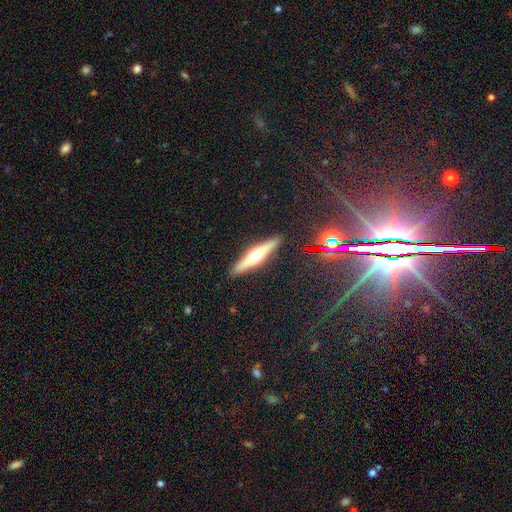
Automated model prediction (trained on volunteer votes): Smooth or featured? Predicted: featured or disk (p=0.60). Edge-on disk? Predicted: yes (p=0.94). Edge-on bulge? Predicted: rounded (p=0.92). Merging? Predicted: none (p=0.90).